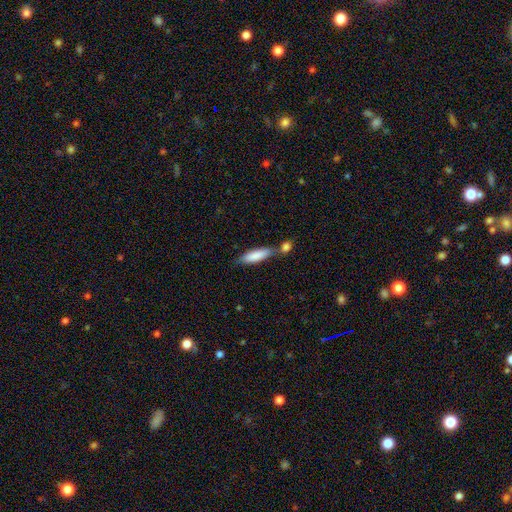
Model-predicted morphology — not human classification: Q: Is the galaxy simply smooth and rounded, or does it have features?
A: smooth — 82%.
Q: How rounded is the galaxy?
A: cigar-shaped — 55%.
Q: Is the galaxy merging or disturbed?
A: none — 47%.